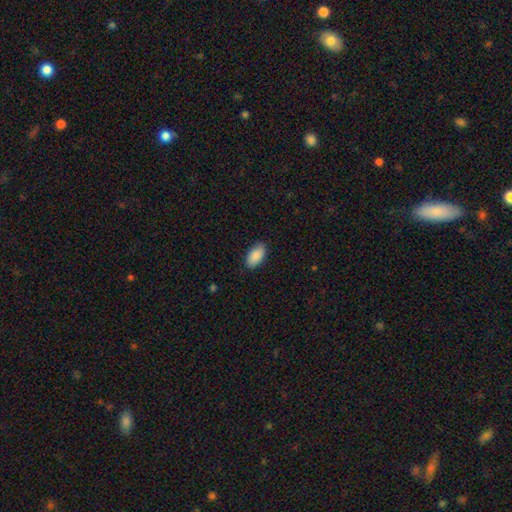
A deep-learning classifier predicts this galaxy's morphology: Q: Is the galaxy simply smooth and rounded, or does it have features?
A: smooth — 90%.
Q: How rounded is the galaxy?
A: in between — 95%.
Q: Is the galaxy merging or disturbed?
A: none — 86%.